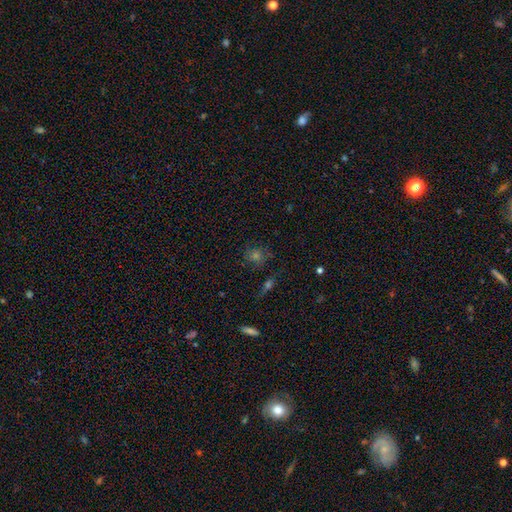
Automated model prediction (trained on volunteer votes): This is marginally a smooth galaxy (44%). Merging: likely none (77%).